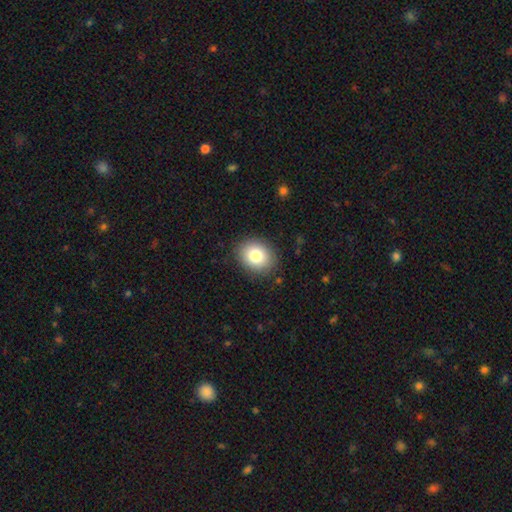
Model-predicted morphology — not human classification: Smooth or featured? Predicted: smooth (p=0.81). How rounded? Predicted: round (p=0.55). Merging? Predicted: none (p=0.87).